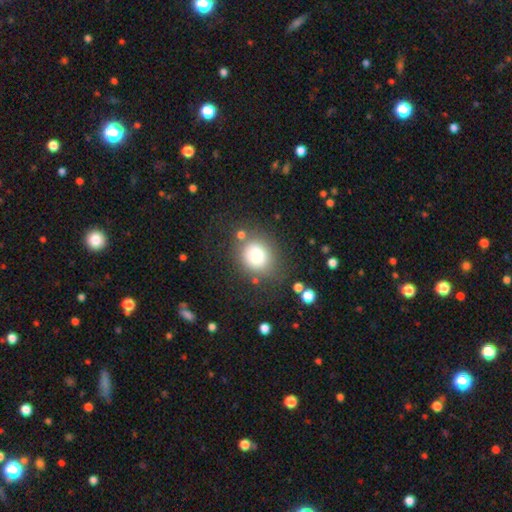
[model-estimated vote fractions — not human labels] Smooth or featured?
  - smooth: 75% *
  - featured or disk: 13%
  - star or artifact: 12%
How rounded?
  - round: 79% *
  - in between: 20%
  - cigar-shaped: 1%
Merging?
  - none: 72% *
  - minor disturbance: 14%
  - major disturbance: 7%
  - merger: 7%